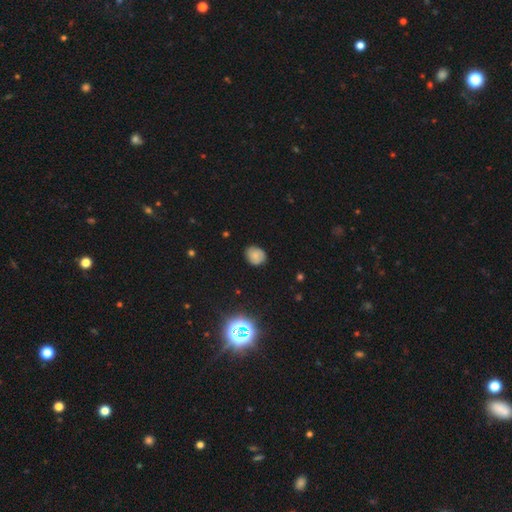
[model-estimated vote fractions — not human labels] Q: Smooth or featured?
A: smooth (75%); runner-up: featured or disk (13%)
Q: How rounded?
A: round (60%); runner-up: in between (39%)
Q: Merging?
A: none (80%); runner-up: minor disturbance (16%)